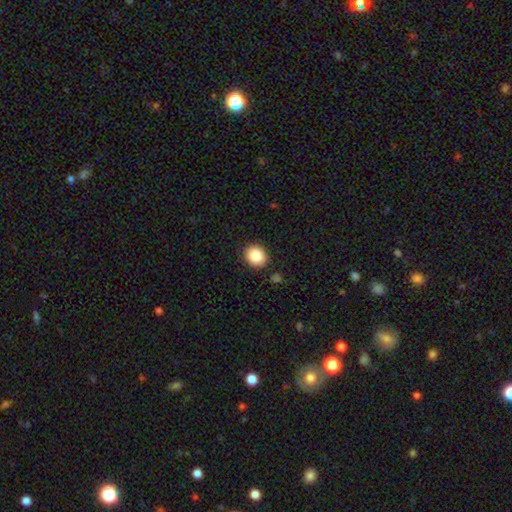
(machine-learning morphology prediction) The model was most divided on "how rounded": round: 69%, in between: 30%, cigar-shaped: 1%. More confident: smooth or featured — smooth (88%); merging — none (88%).